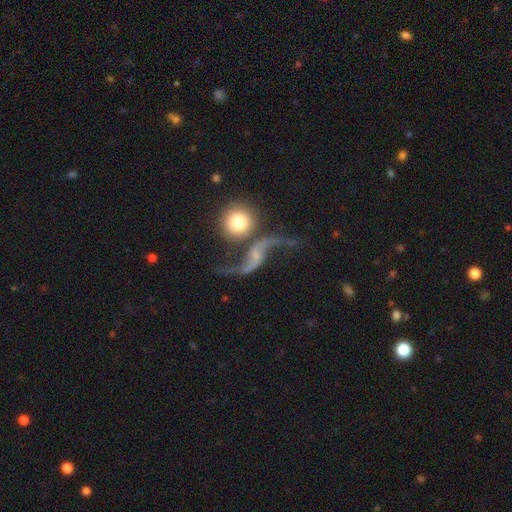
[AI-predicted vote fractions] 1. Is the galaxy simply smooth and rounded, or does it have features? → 86% featured or disk, 8% smooth, 6% star or artifact.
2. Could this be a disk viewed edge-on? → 95% no, 5% yes.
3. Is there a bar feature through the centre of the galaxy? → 49% no, 35% weak, 16% strong.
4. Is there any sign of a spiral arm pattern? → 95% yes, 5% no.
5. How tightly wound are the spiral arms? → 94% loose, 5% medium, 2% tight.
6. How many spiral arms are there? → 93% 2, 2% 1, 1% can't tell, 1% 3, 1% 4, 1% more than 4.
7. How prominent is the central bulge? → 56% small, 23% moderate, 14% none, 5% large, 3% dominant.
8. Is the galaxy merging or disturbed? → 57% none, 15% major disturbance, 15% minor disturbance, 14% merger.